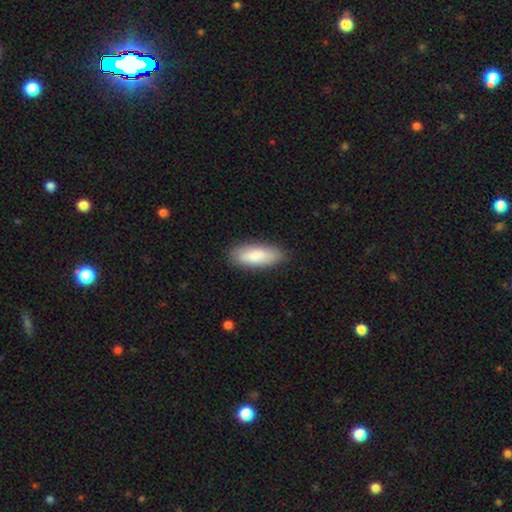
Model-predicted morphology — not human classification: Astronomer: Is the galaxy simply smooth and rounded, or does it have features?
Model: smooth — 85%.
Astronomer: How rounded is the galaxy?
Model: in between — 73%.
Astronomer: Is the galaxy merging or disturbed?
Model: none — 86%.